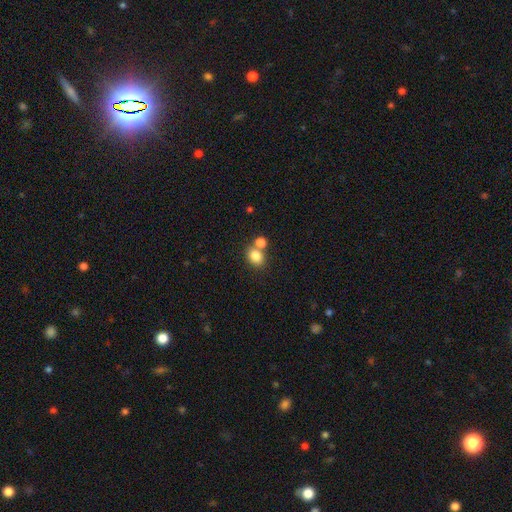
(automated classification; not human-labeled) This appears to be a smooth galaxy with no disk features (83%) that is round (57%). Merging: none (54%).